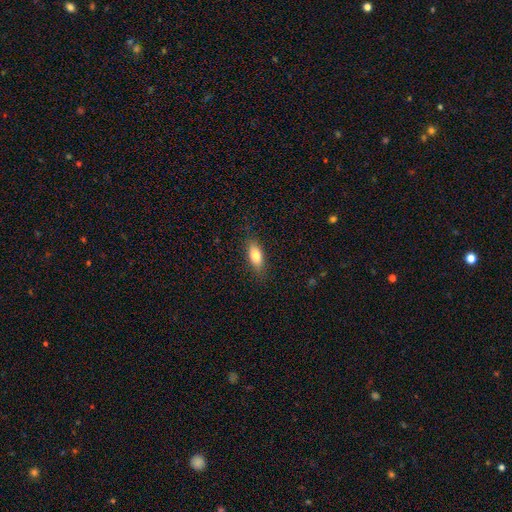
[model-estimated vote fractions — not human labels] smooth-or-featured: smooth: 82% | featured or disk: 11% | star or artifact: 7%
  how-rounded: in between: 80% | cigar-shaped: 17% | round: 3%
  merging: none: 84% | minor disturbance: 12% | major disturbance: 3% | merger: 1%